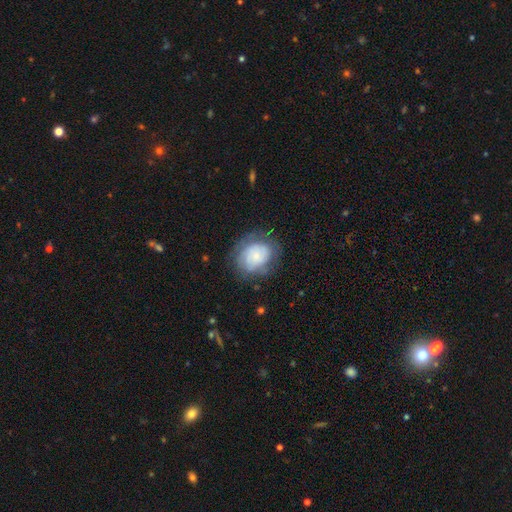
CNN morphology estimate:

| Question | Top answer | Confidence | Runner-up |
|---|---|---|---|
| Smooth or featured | smooth | 53% | featured or disk (39%) |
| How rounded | round | 60% | in between (39%) |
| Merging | none | 63% | minor disturbance (23%) |